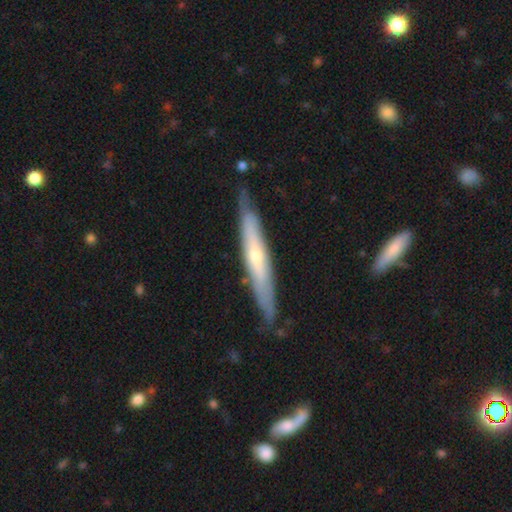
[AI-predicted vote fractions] smooth-or-featured: featured or disk: 64% | smooth: 30% | star or artifact: 5%
  disk-edge-on: yes: 85% | no: 15%
    edge-on-bulge: rounded: 64% | none: 32% | boxy: 4%
  merging: none: 80% | minor disturbance: 16% | major disturbance: 2% | merger: 2%